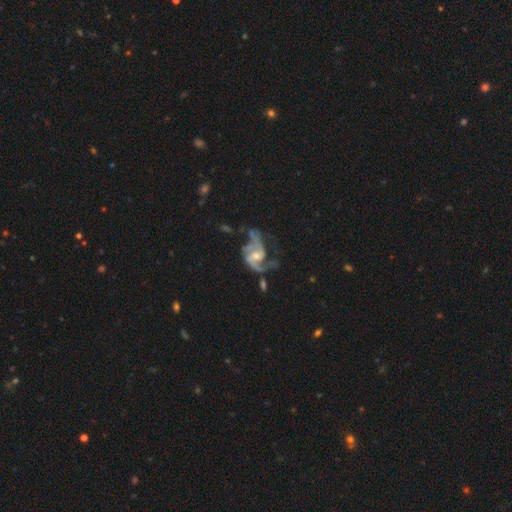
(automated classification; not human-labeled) A featured or disk galaxy (89%) with a weak bar (45%), 2 (76%) medium (47%) spiral arms (96%) and a moderate central bulge (48%). Merging: none (40%).